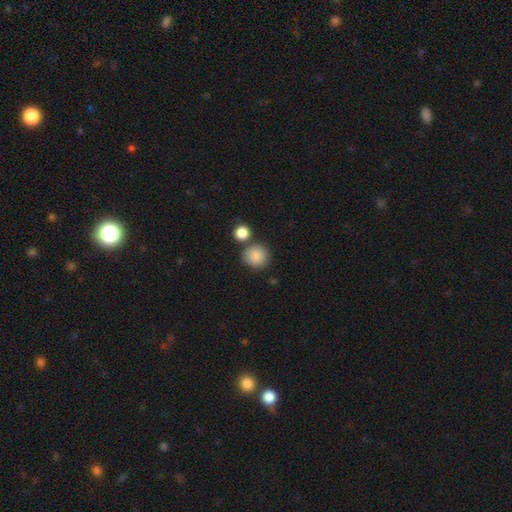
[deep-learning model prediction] Smooth or featured: smooth — 86% (star or artifact — 9%)
How rounded: round — 89% (in between — 10%)
Merging: none — 73% (merger — 13%)